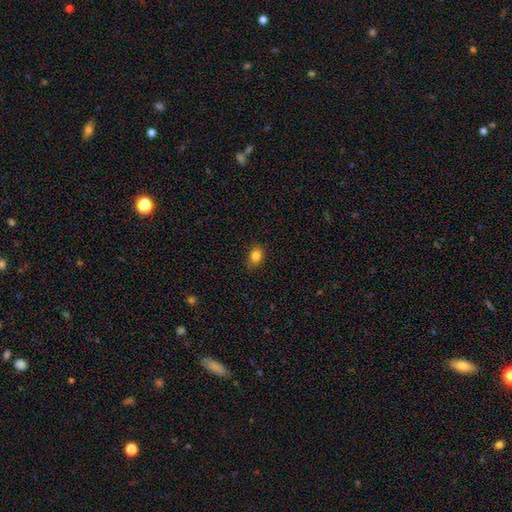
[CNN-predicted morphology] Smooth or featured?
  - smooth: 84% *
  - star or artifact: 11%
  - featured or disk: 5%
How rounded?
  - in between: 52% *
  - round: 47%
  - cigar-shaped: 1%
Merging?
  - none: 83% *
  - minor disturbance: 13%
  - major disturbance: 2%
  - merger: 1%